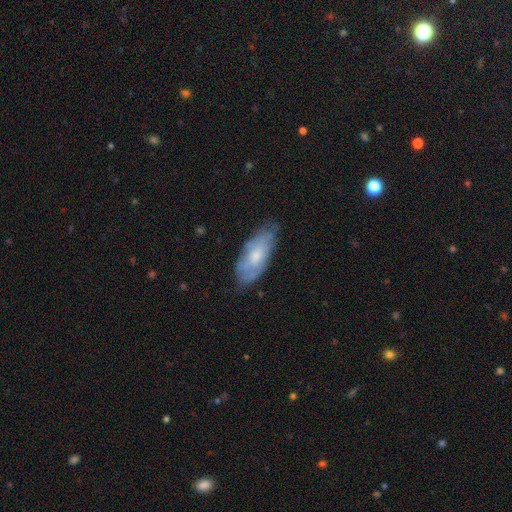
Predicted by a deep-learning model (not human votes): This is possibly a smooth galaxy (51%). How rounded: clearly in between (83%). Merging: likely none (65%).